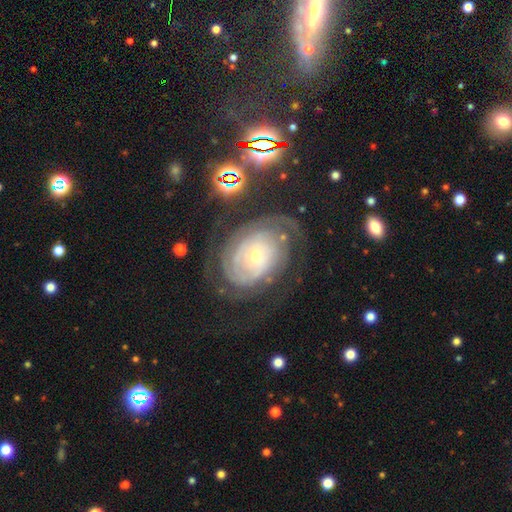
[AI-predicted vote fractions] Smooth or featured? Predicted: featured or disk (p=0.82). Edge-on disk? Predicted: no (p=0.97). Bar? Predicted: no (p=0.77). Spiral arms? Predicted: yes (p=0.91). Spiral winding? Predicted: tight (p=0.69). Spiral arm count? Predicted: can't tell (p=0.41). Bulge size? Predicted: small (p=0.63). Merging? Predicted: none (p=0.61).